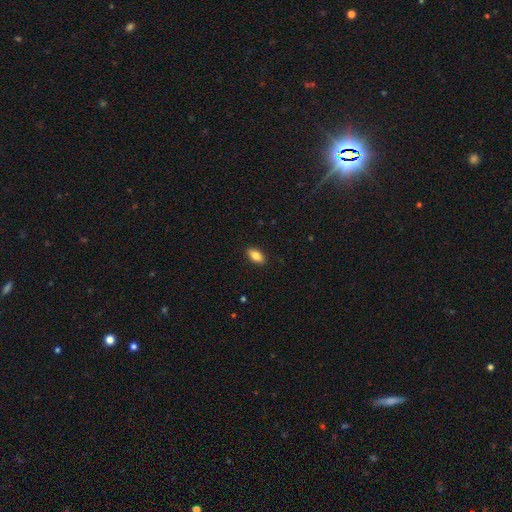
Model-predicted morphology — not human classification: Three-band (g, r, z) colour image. It shows a smooth galaxy with no disk features (83%) that is in between round and cigar-shaped (91%). Merging: none (90%).